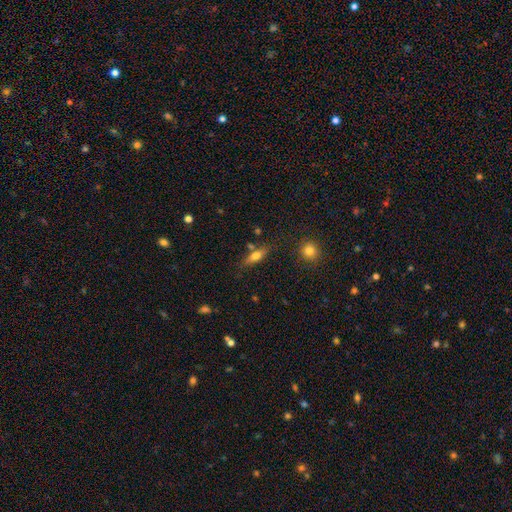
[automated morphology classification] A smooth galaxy with no disk features (62%) that is in between round and cigar-shaped (53%).

Vote fractions:
- Smooth or featured? smooth: 62% / featured or disk: 30% / star or artifact: 8%
- How rounded? in between: 53% / cigar-shaped: 43% / round: 4%
- Merging? none: 71% / minor disturbance: 15% / merger: 9% / major disturbance: 5%